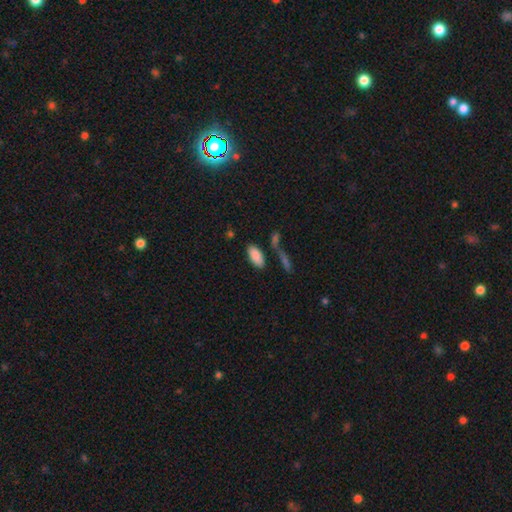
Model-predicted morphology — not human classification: The model was most divided on "merging": none: 70%, minor disturbance: 13%, merger: 13%, major disturbance: 4%. More confident: how rounded — in between (89%); smooth or featured — smooth (86%).